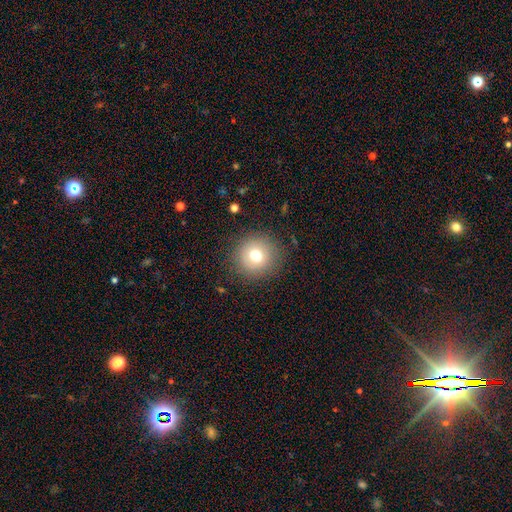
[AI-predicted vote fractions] Smooth or featured? Predicted: smooth (p=0.73). How rounded? Predicted: round (p=0.93). Merging? Predicted: none (p=0.88).